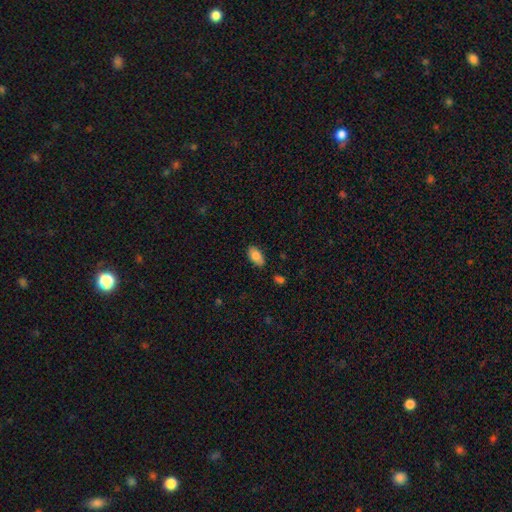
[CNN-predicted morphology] This is clearly a smooth galaxy (84%). How rounded: clearly in between (93%). Merging: likely none (80%).